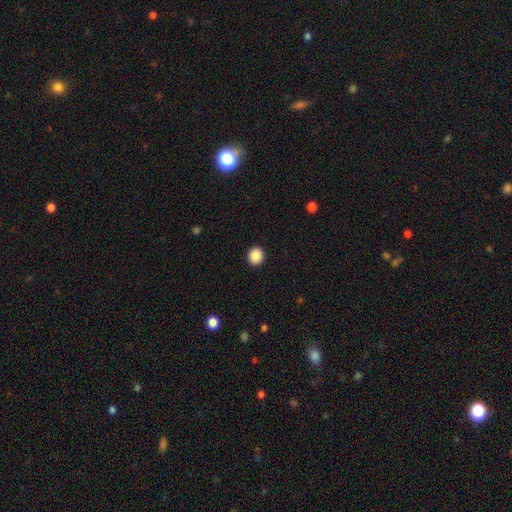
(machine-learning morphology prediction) A smooth galaxy with no disk features (89%) that is round (86%). Merging: none (93%).